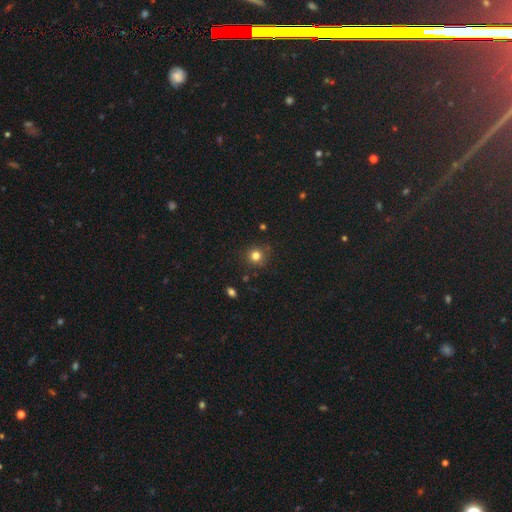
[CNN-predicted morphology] A smooth galaxy with no disk features (79%) that is round (91%). Merging: none (84%).